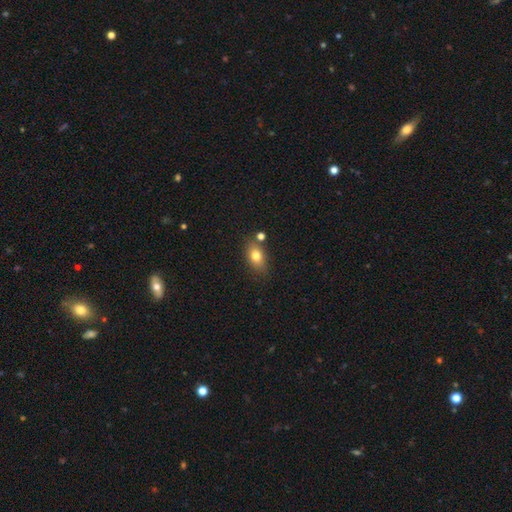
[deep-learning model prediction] smooth-or-featured: smooth: 77% | featured or disk: 13% | star or artifact: 10%
  how-rounded: in between: 79% | round: 18% | cigar-shaped: 4%
  merging: none: 72% | minor disturbance: 14% | merger: 9% | major disturbance: 4%